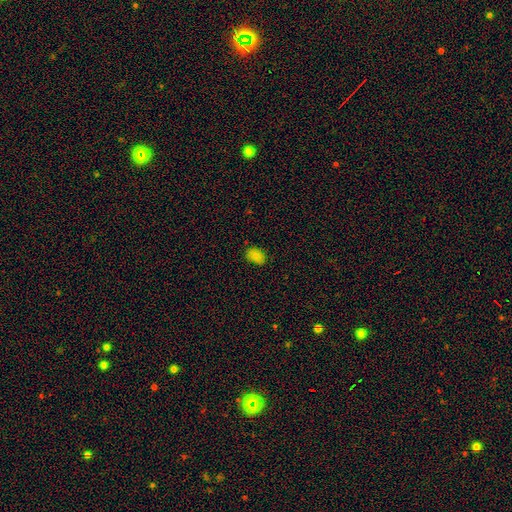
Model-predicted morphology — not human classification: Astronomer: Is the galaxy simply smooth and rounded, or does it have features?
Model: smooth — 82%.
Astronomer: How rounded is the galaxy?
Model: in between — 81%.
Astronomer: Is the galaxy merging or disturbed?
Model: none — 79%.